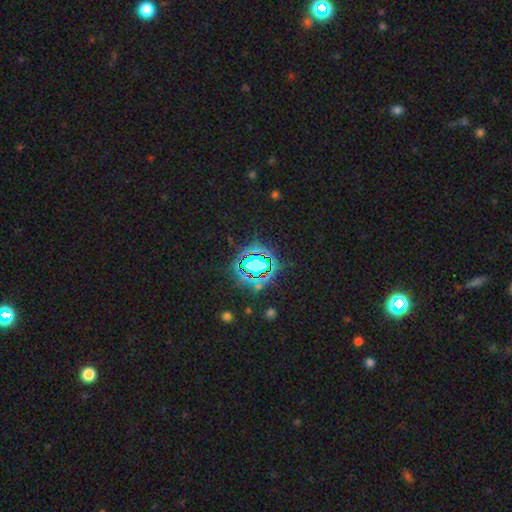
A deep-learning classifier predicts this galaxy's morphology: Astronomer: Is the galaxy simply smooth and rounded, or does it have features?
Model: star or artifact — 80%.